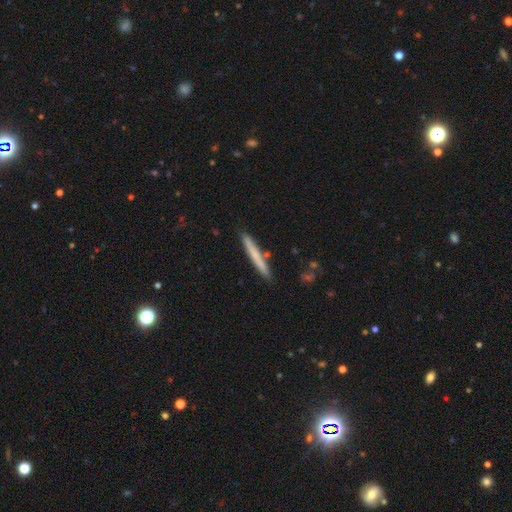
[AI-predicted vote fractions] A smooth galaxy with no disk features (64%) that is cigar-shaped (97%).

Vote fractions:
- Smooth or featured? smooth: 64% / featured or disk: 30% / star or artifact: 6%
- How rounded? cigar-shaped: 97% / in between: 2% / round: 1%
- Merging? none: 88% / minor disturbance: 8% / merger: 3% / major disturbance: 2%